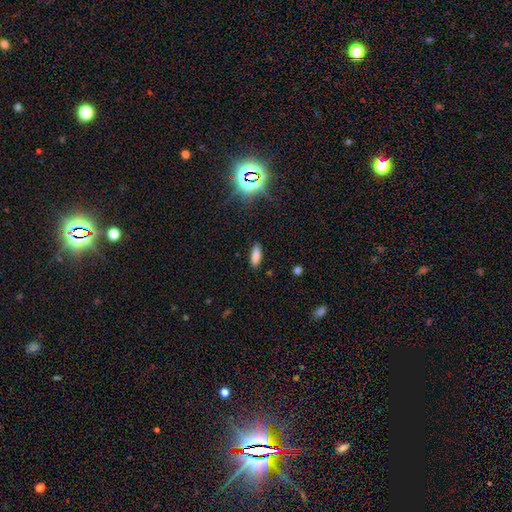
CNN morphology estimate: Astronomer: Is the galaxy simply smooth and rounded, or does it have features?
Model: smooth — 83%.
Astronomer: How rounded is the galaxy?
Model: in between — 66%.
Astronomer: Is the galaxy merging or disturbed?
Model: none — 85%.